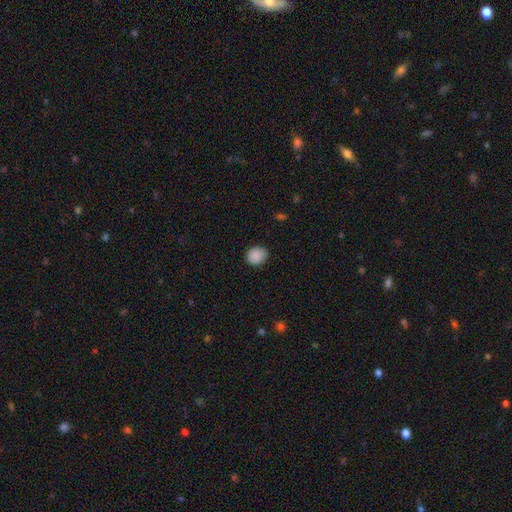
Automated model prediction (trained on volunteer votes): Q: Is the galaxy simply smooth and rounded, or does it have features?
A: smooth — 89%.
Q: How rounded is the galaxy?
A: round — 65%.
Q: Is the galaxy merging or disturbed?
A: none — 83%.